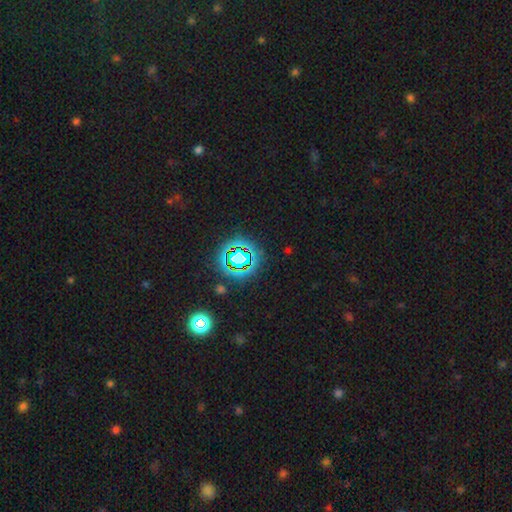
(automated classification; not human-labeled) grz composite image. It shows a star or artifact, not a galaxy (75%).